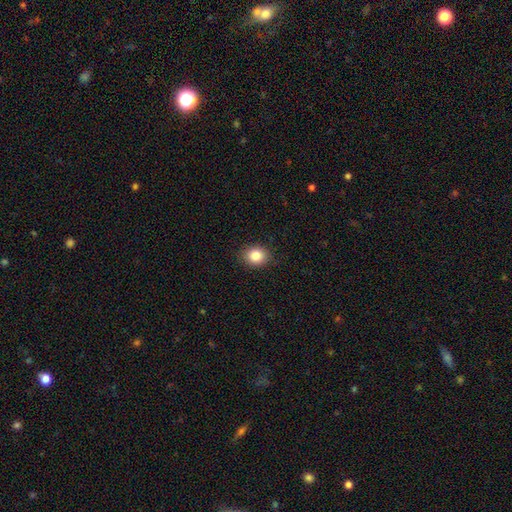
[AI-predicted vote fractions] Morphology: type=smooth (85%); roundness=round (58%); merging=none (88%).